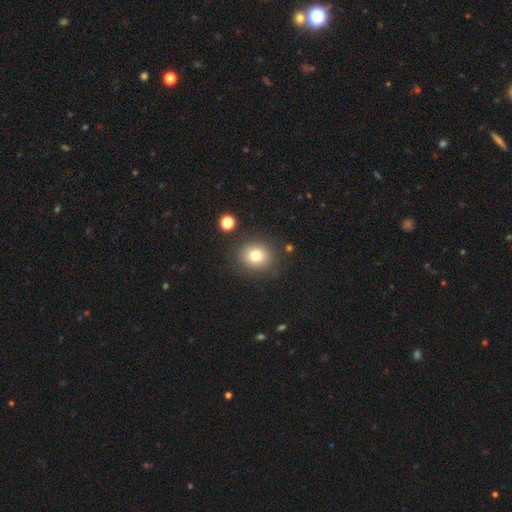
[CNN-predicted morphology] This appears to be a smooth galaxy with no disk features (78%) that is round (77%). Merging: none (84%).